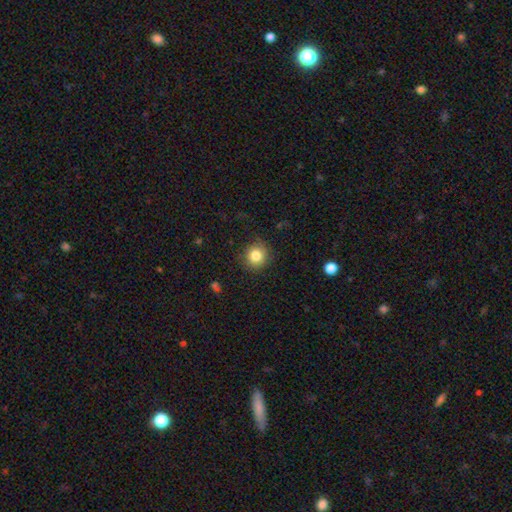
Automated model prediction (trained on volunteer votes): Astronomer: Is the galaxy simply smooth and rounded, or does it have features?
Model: smooth — 83%.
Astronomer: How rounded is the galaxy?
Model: round — 90%.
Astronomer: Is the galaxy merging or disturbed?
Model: none — 87%.